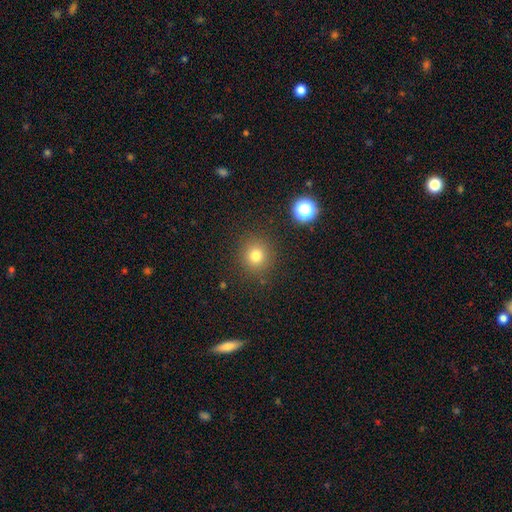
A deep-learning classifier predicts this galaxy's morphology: smooth_or_featured: smooth (p=0.78) [alt: star or artifact p=0.15]
how_rounded: round (p=0.91) [alt: in between p=0.08]
merging: none (p=0.88) [alt: minor disturbance p=0.07]